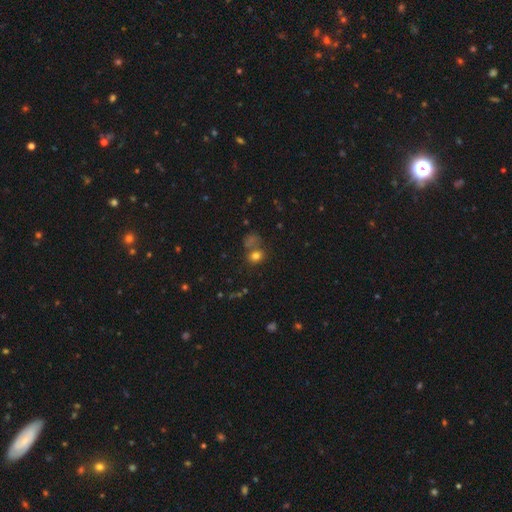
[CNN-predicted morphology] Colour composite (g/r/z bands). It shows a smooth galaxy with no disk features (75%) that is round (51%). Merging: none (56%).